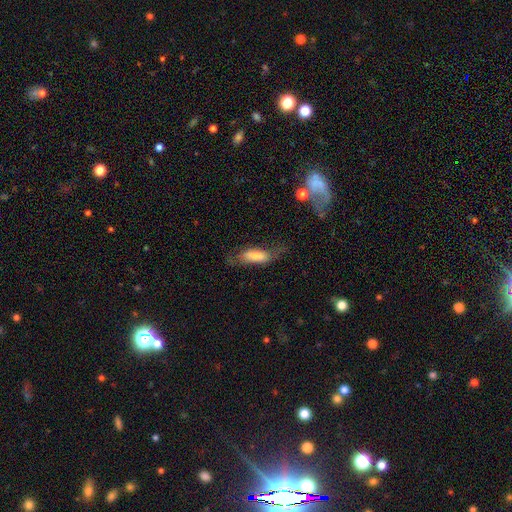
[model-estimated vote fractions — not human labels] smooth_or_featured: smooth (p=0.69) [alt: featured or disk p=0.23]
how_rounded: in between (p=0.57) [alt: cigar-shaped p=0.40]
merging: none (p=0.52) [alt: minor disturbance p=0.26]